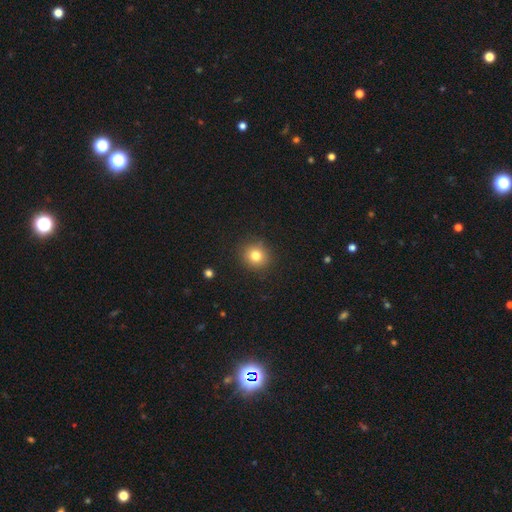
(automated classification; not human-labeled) Smooth or featured?
  - smooth: 79% *
  - star or artifact: 12%
  - featured or disk: 8%
How rounded?
  - round: 87% *
  - in between: 12%
  - cigar-shaped: 1%
Merging?
  - none: 90% *
  - minor disturbance: 7%
  - major disturbance: 2%
  - merger: 1%